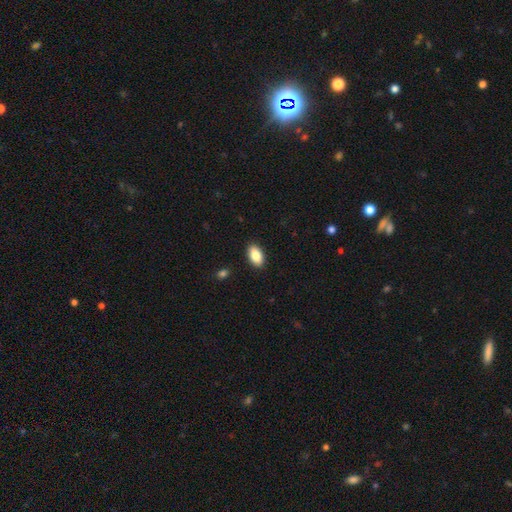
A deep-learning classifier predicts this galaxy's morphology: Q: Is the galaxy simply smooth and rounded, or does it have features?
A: smooth — 86%.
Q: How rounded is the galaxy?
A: in between — 93%.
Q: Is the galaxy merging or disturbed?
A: none — 90%.